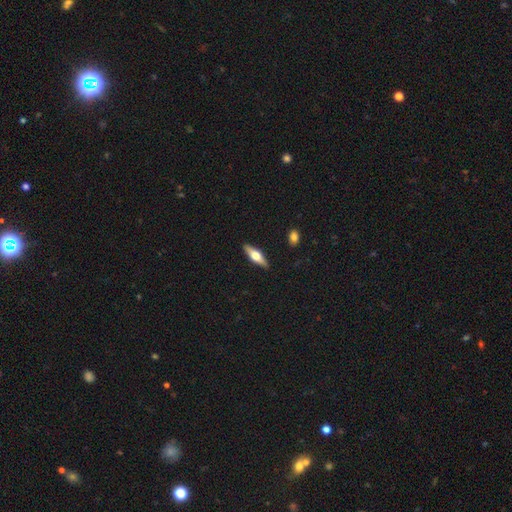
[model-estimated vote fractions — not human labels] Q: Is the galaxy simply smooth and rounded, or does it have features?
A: featured or disk — 53%.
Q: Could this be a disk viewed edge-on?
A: yes — 92%.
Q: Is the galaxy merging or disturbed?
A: none — 90%.